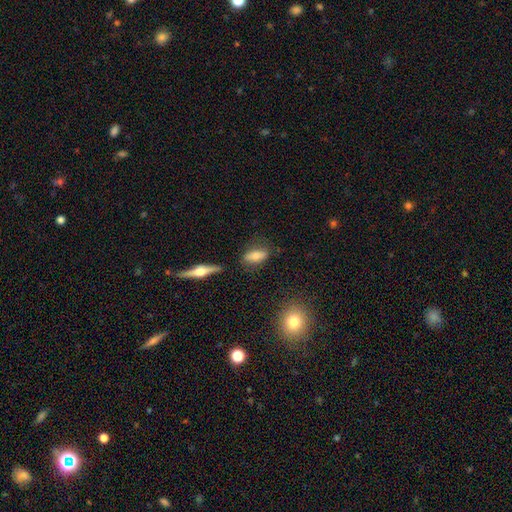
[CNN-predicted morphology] Smooth or featured? smooth (71%)
How rounded? in between (77%)
Merging? none (72%)